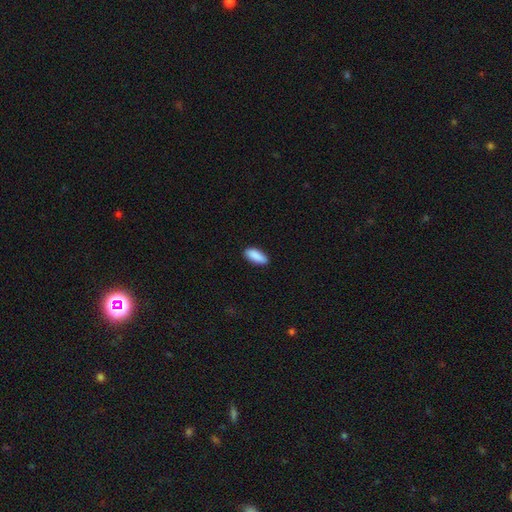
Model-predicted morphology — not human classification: smooth_or_featured: smooth (p=0.90) [alt: star or artifact p=0.06]
how_rounded: in between (p=0.77) [alt: cigar-shaped p=0.21]
merging: none (p=0.87) [alt: minor disturbance p=0.10]